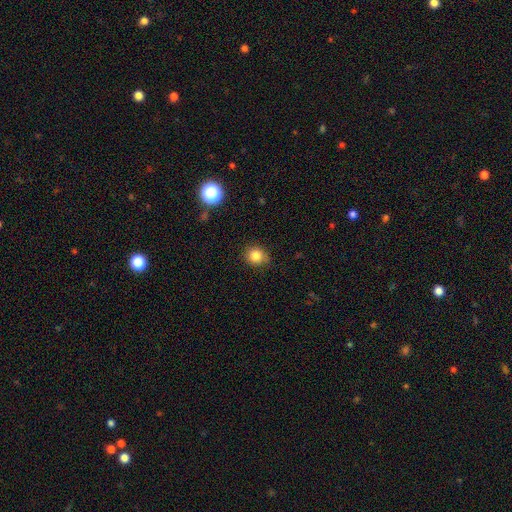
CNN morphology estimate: This is clearly a smooth galaxy (84%). How rounded: clearly round (85%). Merging: clearly none (81%).